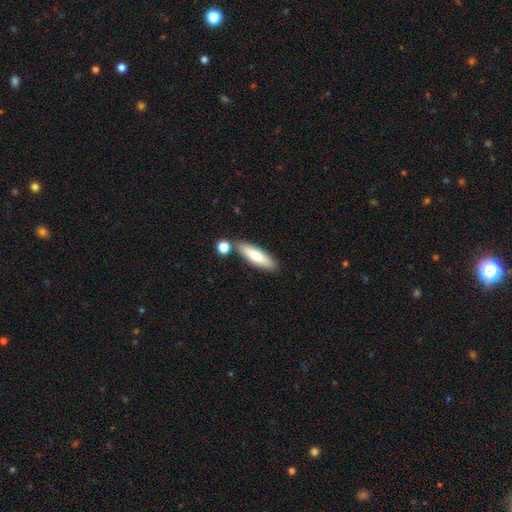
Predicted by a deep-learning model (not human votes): A smooth galaxy with no disk features (73%) that is cigar-shaped (61%).

Vote fractions:
- Smooth or featured? smooth: 73% / featured or disk: 21% / star or artifact: 6%
- How rounded? cigar-shaped: 61% / in between: 37% / round: 2%
- Merging? none: 78% / minor disturbance: 10% / merger: 10% / major disturbance: 2%